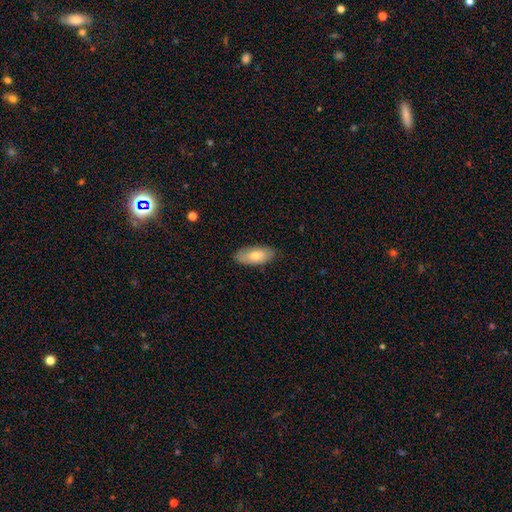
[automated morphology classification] Overall: smooth (73%). How rounded: in between (89%). Merging: none (83%).